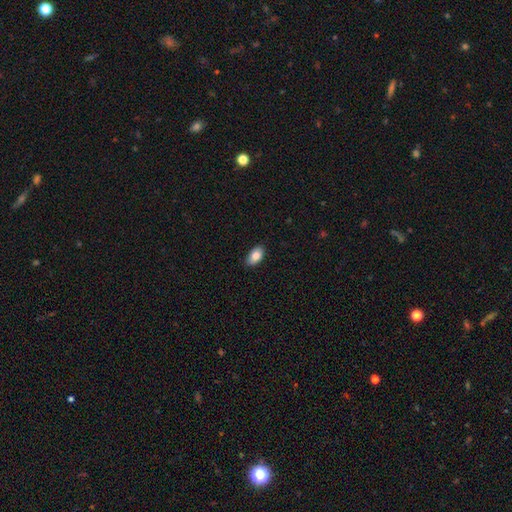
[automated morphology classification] smooth_or_featured: smooth (p=0.83) [alt: featured or disk p=0.10]
how_rounded: in between (p=0.93) [alt: round p=0.05]
merging: none (p=0.85) [alt: minor disturbance p=0.12]